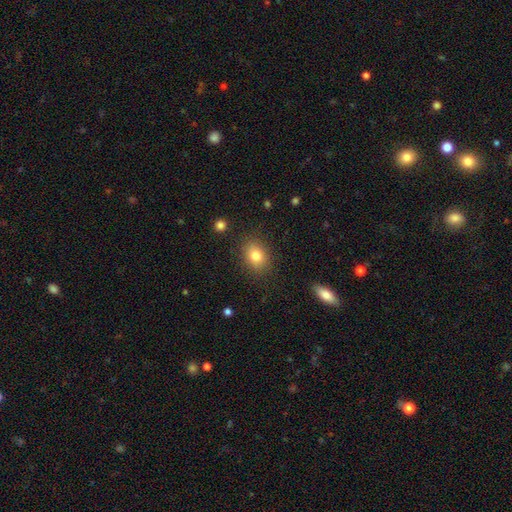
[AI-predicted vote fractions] Smooth or featured?
  - smooth: 80% *
  - star or artifact: 10%
  - featured or disk: 9%
How rounded?
  - in between: 59% *
  - round: 40%
  - cigar-shaped: 1%
Merging?
  - none: 86% *
  - minor disturbance: 10%
  - major disturbance: 3%
  - merger: 1%